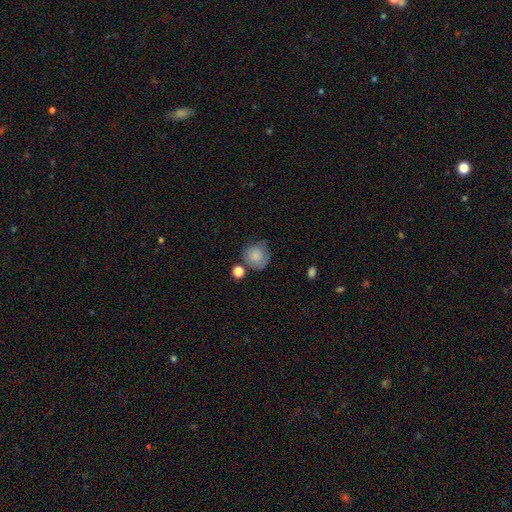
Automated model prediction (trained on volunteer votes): Morphology: type=smooth (80%); roundness=round (86%); merging=none (59%).